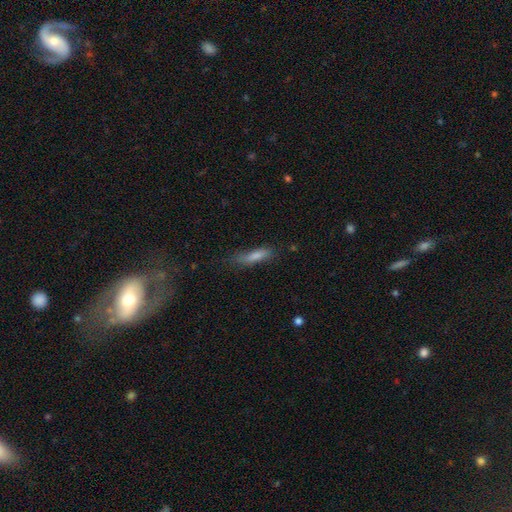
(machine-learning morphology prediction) A smooth galaxy with no disk features (73%) that is cigar-shaped (79%). Merging: none (66%).